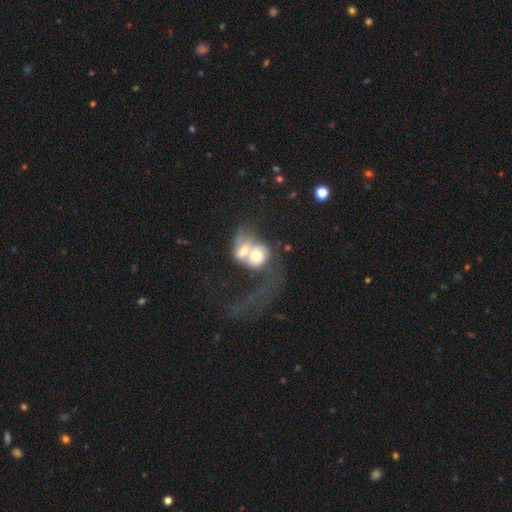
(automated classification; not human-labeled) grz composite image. It shows a featured or disk galaxy (46%, tied with smooth). Merging: merger (76%).